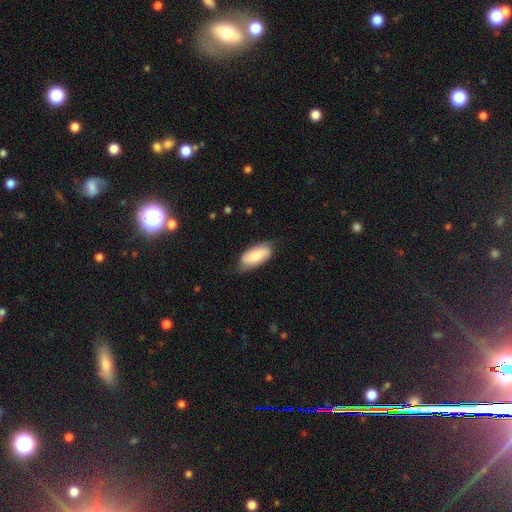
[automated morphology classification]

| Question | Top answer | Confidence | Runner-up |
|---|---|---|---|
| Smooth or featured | smooth | 72% | featured or disk (22%) |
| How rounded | in between | 90% | cigar-shaped (8%) |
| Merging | none | 69% | minor disturbance (25%) |